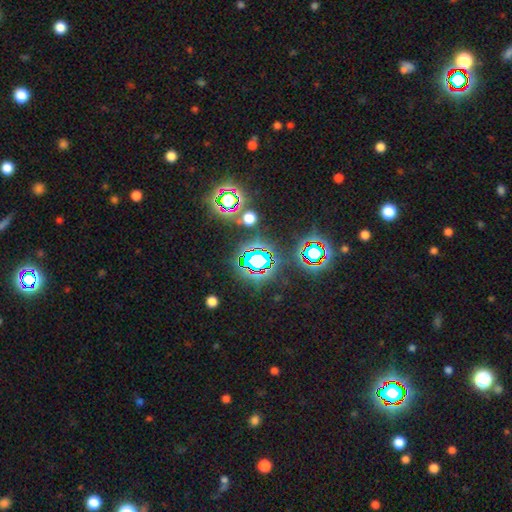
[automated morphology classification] The model was most divided on "smooth or featured": star or artifact: 69%, smooth: 20%, featured or disk: 11%.